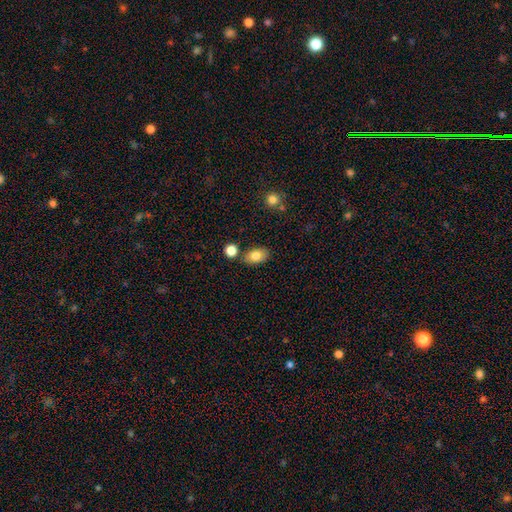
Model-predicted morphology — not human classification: Smooth or featured? smooth (82%)
How rounded? in between (87%)
Merging? none (79%)